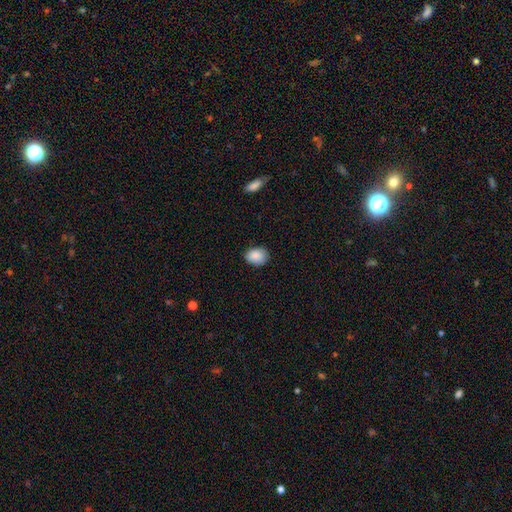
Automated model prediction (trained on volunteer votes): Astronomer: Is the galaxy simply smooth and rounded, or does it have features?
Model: smooth — 89%.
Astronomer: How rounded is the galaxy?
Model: in between — 60% (runner-up: round, 39%).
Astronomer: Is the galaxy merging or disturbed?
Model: none — 82%.